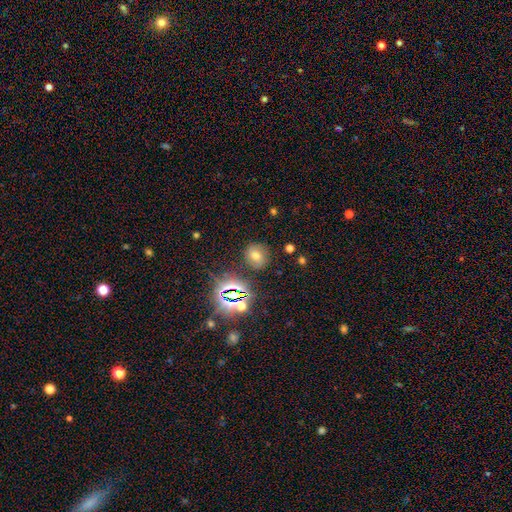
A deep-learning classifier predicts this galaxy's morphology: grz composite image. It shows a smooth galaxy with no disk features (55%) that is round (78%). Merging: none (83%).